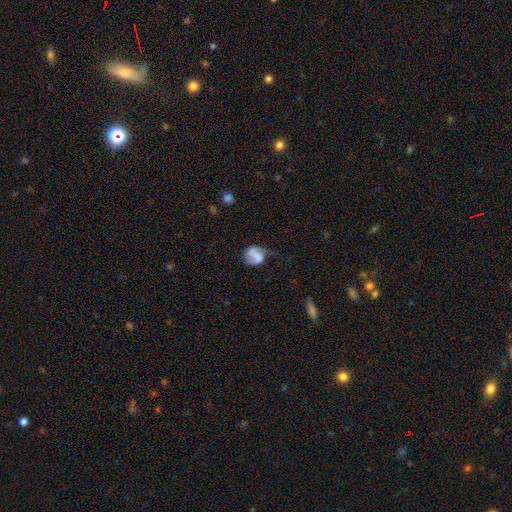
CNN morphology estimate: type=smooth (50%); merging=none (38%).